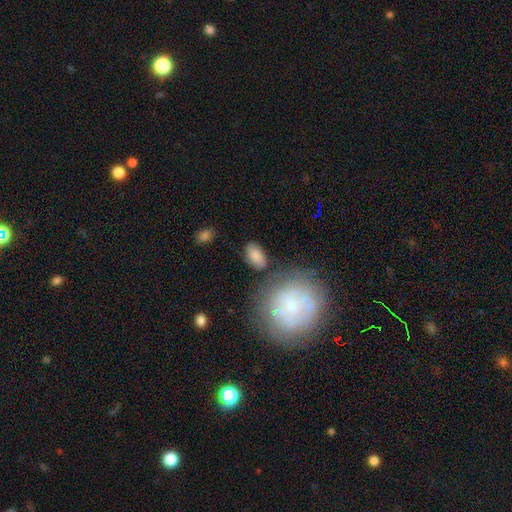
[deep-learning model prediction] This appears to be a smooth galaxy with no disk features (77%) that is in between round and cigar-shaped (91%). Merging: none (72%).